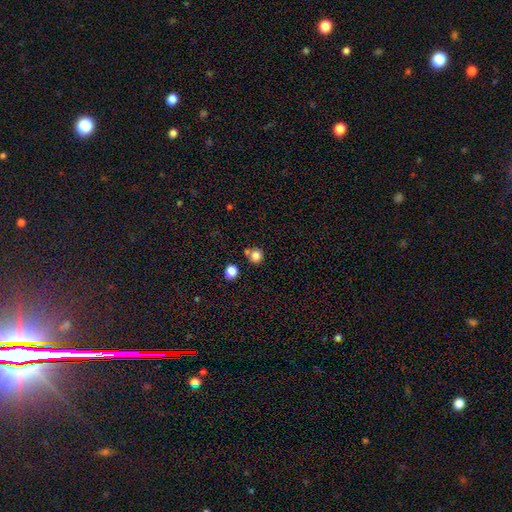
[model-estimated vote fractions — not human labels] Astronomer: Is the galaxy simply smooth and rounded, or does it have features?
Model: smooth — 82%.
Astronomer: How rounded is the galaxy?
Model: round — 88%.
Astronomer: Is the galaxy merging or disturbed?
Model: none — 65%.